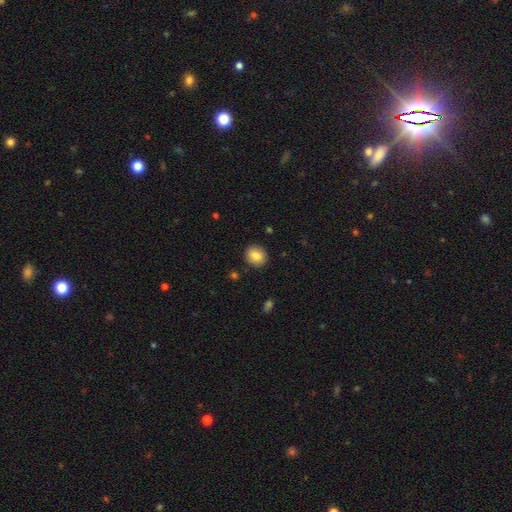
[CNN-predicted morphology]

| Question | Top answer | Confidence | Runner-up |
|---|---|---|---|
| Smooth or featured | smooth | 85% | star or artifact (8%) |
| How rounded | round | 77% | in between (22%) |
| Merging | none | 89% | minor disturbance (7%) |